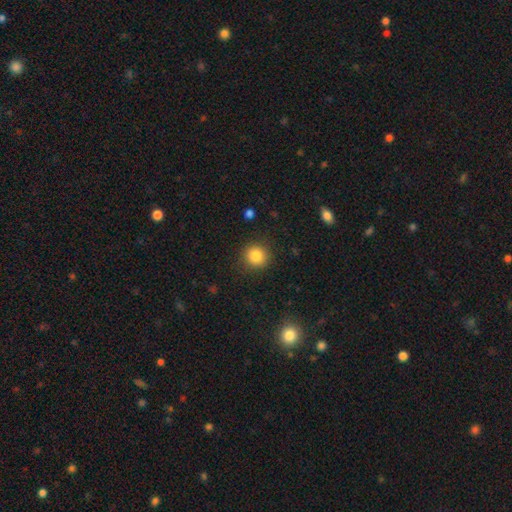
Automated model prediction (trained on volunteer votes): A smooth galaxy with no disk features (85%) that is round (91%). Merging: none (88%).